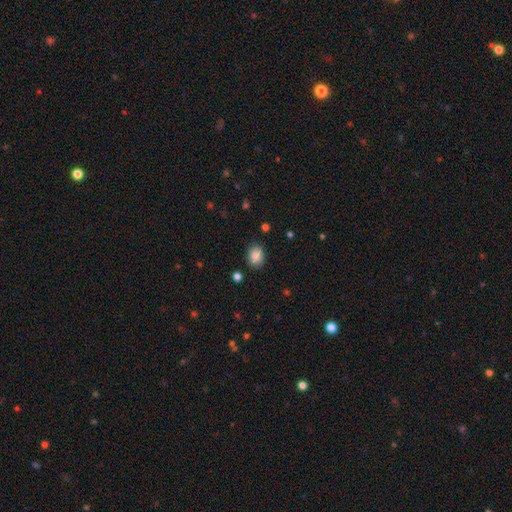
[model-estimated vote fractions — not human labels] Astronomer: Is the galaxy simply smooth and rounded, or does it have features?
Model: smooth — 87%.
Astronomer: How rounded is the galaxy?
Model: in between — 62%.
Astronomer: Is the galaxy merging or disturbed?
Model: none — 82%.